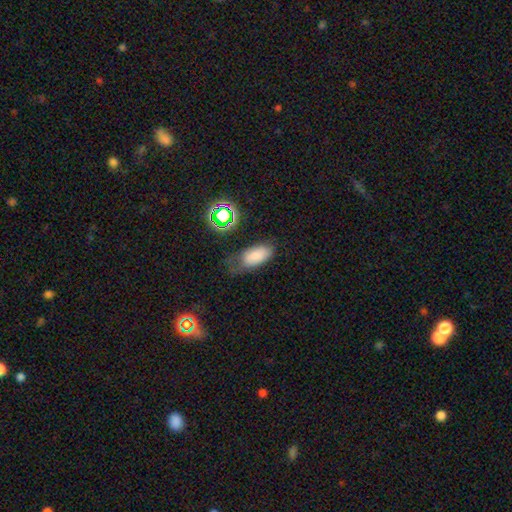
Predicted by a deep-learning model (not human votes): Smooth or featured?
  - smooth: 77% *
  - star or artifact: 13%
  - featured or disk: 10%
How rounded?
  - in between: 89% *
  - cigar-shaped: 6%
  - round: 4%
Merging?
  - none: 49% *
  - minor disturbance: 31%
  - major disturbance: 16%
  - merger: 3%